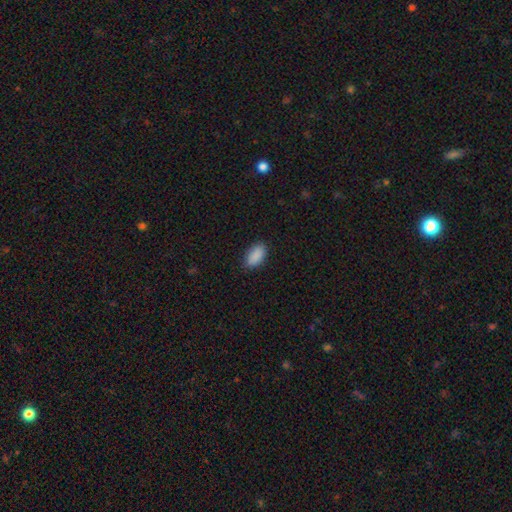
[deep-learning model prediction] Smooth or featured? smooth (90%)
How rounded? in between (93%)
Merging? none (86%)